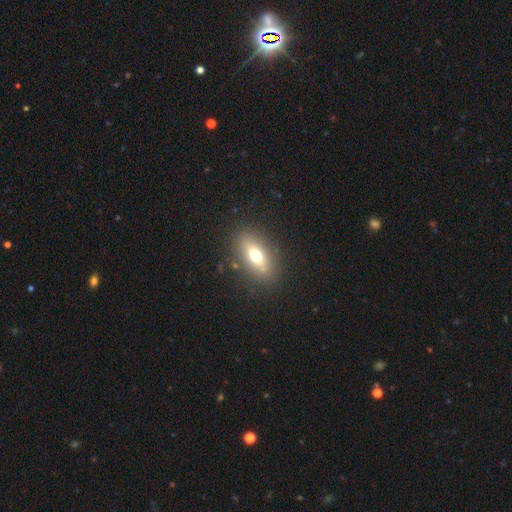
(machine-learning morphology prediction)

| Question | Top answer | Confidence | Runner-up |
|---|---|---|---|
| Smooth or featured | smooth | 64% | featured or disk (26%) |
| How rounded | in between | 78% | cigar-shaped (14%) |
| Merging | none | 84% | minor disturbance (10%) |